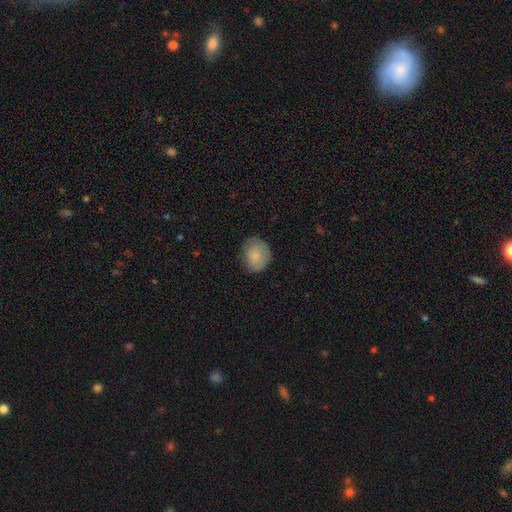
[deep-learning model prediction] Overall: smooth (81%). How rounded: round (64%; in between 35%). Merging: none (76%).